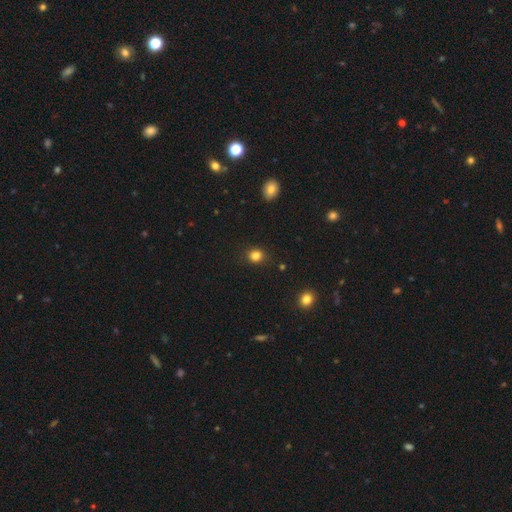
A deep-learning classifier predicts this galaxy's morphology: smooth 83%, star or artifact 13%, featured or disk 4%. Down the decision tree: how rounded — round (79%); merging — none (87%).